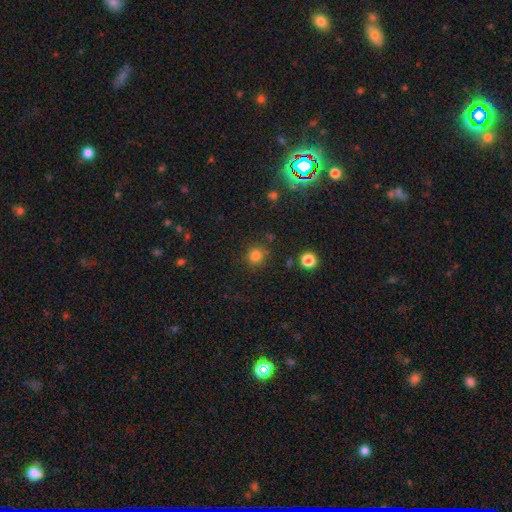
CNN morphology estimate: A smooth galaxy with no disk features (81%) that is round (90%).

Vote fractions:
- Smooth or featured? smooth: 81% / star or artifact: 14% / featured or disk: 5%
- How rounded? round: 90% / in between: 9% / cigar-shaped: 1%
- Merging? none: 85% / minor disturbance: 9% / major disturbance: 3% / merger: 3%